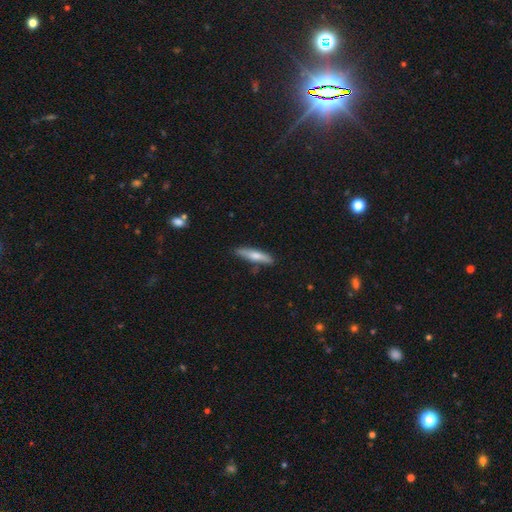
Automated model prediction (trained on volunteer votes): This appears to be a smooth galaxy with no disk features (66%) that is cigar-shaped (83%). Merging: none (81%).